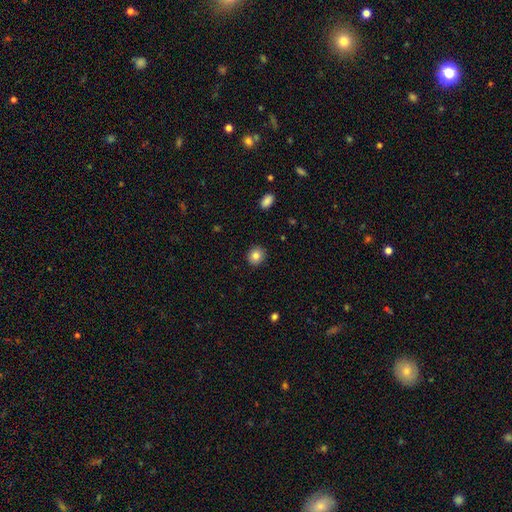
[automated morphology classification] type=smooth (83%); roundness=round (84%); merging=none (91%).